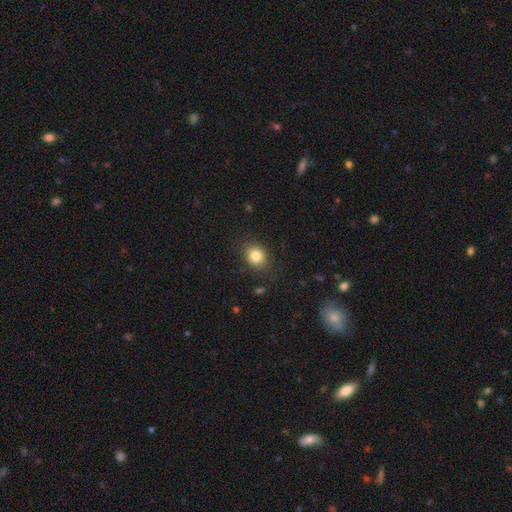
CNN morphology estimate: This is clearly a smooth galaxy (83%). How rounded: possibly round (57%). Merging: clearly none (84%).